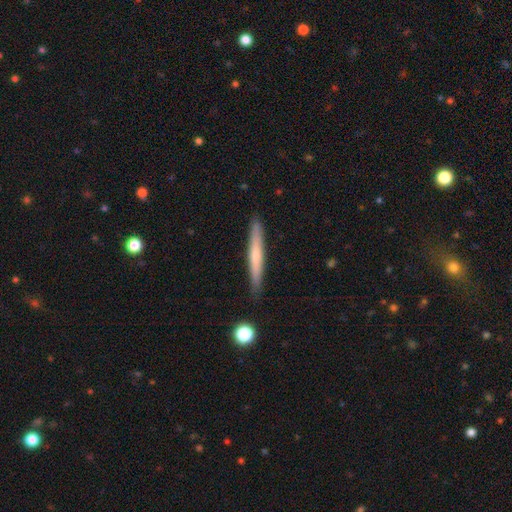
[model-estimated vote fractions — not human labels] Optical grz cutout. It shows a smooth galaxy with no disk features (53%) that is cigar-shaped (96%). Merging: none (90%).